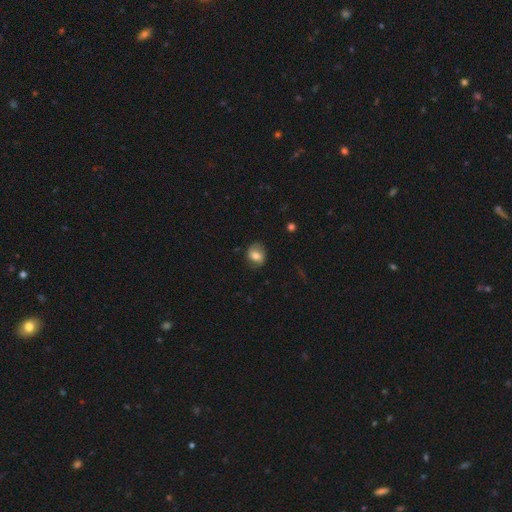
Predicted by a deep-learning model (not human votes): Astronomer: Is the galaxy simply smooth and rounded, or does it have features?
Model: smooth — 68%.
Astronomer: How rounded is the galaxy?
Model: round — 63%.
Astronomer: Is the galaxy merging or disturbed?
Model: none — 74%.